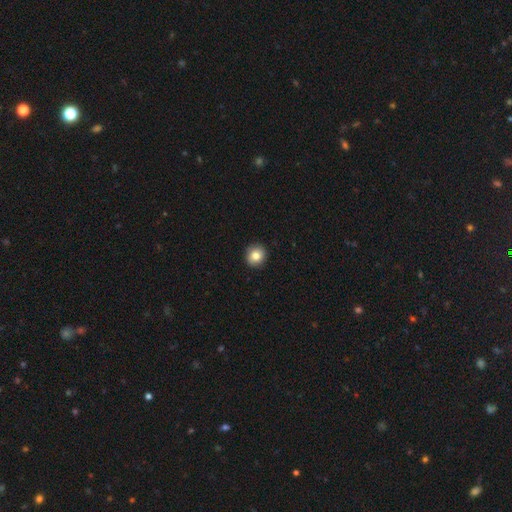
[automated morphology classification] A smooth galaxy with no disk features (83%) that is round (89%).

Vote fractions:
- Smooth or featured? smooth: 83% / star or artifact: 9% / featured or disk: 8%
- How rounded? round: 89% / in between: 11% / cigar-shaped: 1%
- Merging? none: 91% / minor disturbance: 7% / major disturbance: 2% / merger: 1%